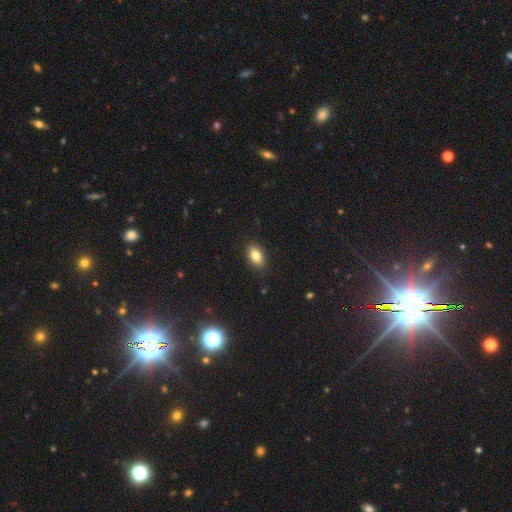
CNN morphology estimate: Smooth or featured? smooth (82%)
How rounded? in between (88%)
Merging? none (88%)